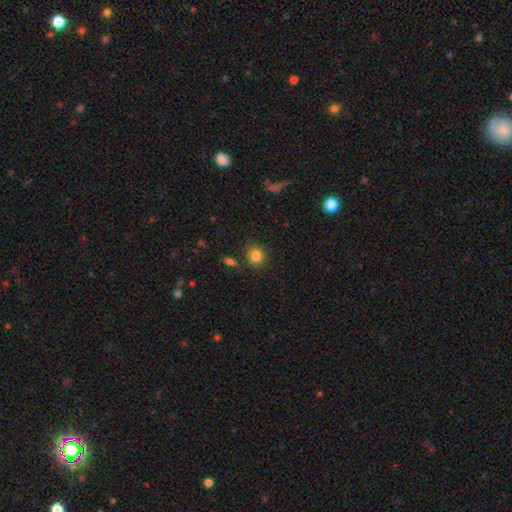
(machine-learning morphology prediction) Smooth or featured? smooth (84%)
How rounded? round (83%)
Merging? none (83%)